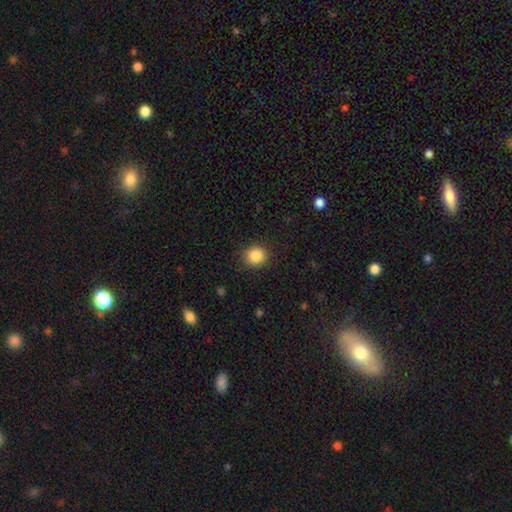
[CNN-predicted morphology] Smooth or featured: smooth — 86% (star or artifact — 9%)
How rounded: round — 88% (in between — 11%)
Merging: none — 88% (minor disturbance — 8%)